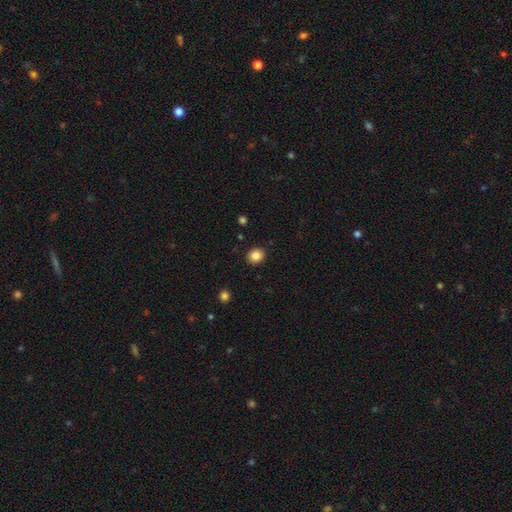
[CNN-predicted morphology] Overall: smooth (85%). How rounded: round (68%; in between 31%). Merging: none (91%).